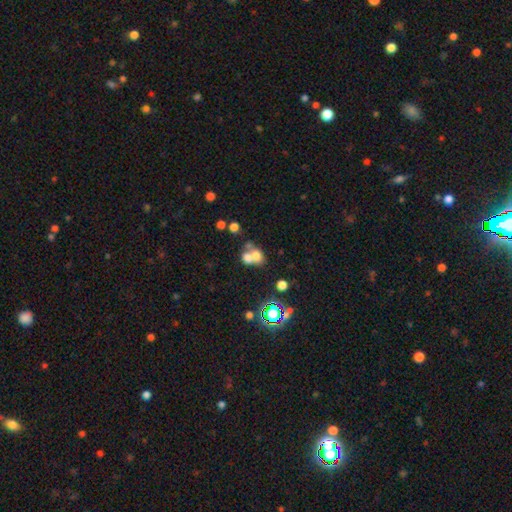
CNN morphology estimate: This is likely a smooth galaxy (65%). How rounded: possibly round (50%). Merging: likely merger (63%).